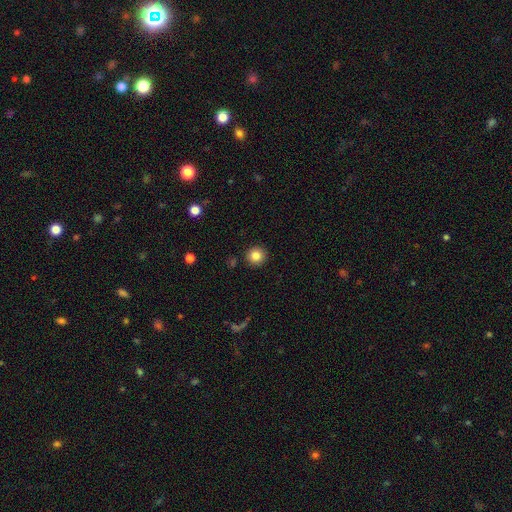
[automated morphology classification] A smooth galaxy with no disk features (83%) that is round (94%).

Vote fractions:
- Smooth or featured? smooth: 83% / star or artifact: 11% / featured or disk: 6%
- How rounded? round: 94% / in between: 5% / cigar-shaped: 1%
- Merging? none: 91% / minor disturbance: 5% / major disturbance: 2% / merger: 1%